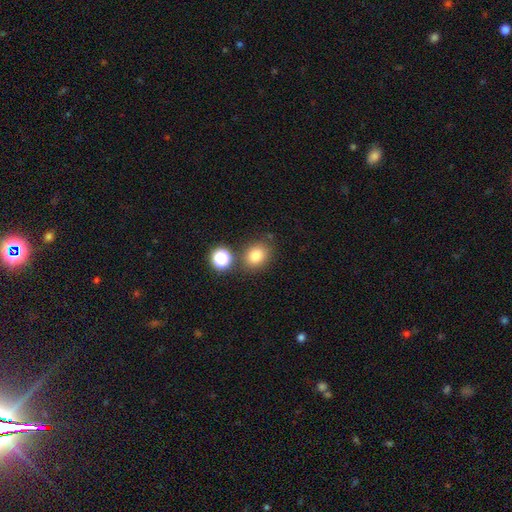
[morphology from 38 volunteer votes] Smooth or featured: smooth — 89% (featured or disk — 5%)
How rounded: round — 62% (in between — 38%)
Merging: none — 83% (minor disturbance — 11%)